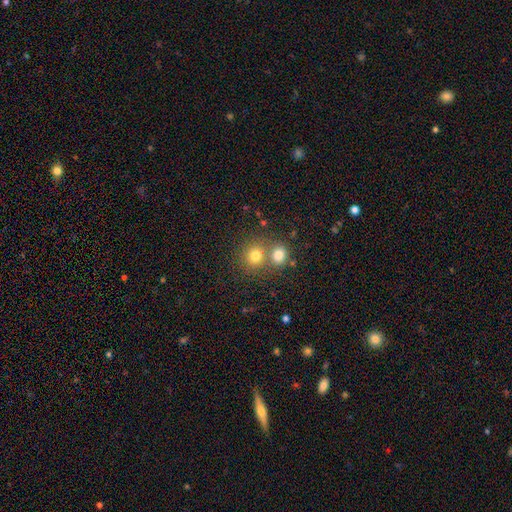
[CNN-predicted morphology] smooth_or_featured: smooth (p=0.75) [alt: star or artifact p=0.15]
how_rounded: round (p=0.84) [alt: in between p=0.15]
merging: none (p=0.52) [alt: merger p=0.39]